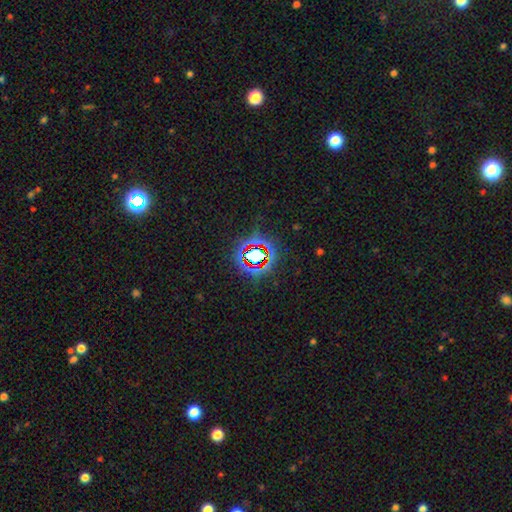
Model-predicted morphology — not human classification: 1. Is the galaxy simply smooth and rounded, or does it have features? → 74% star or artifact, 15% smooth, 11% featured or disk.